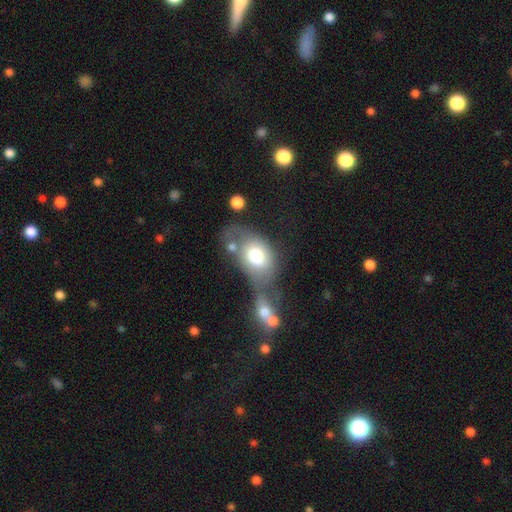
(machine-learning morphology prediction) Q: Smooth or featured?
A: smooth (72%); runner-up: featured or disk (21%)
Q: How rounded?
A: in between (83%); runner-up: round (15%)
Q: Merging?
A: merger (47%); runner-up: none (22%)